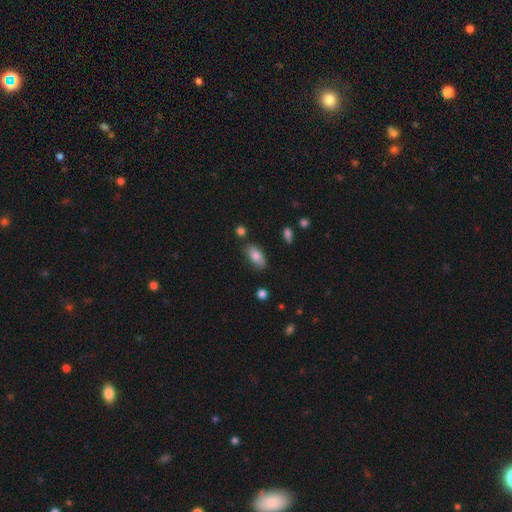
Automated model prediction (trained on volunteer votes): Smooth or featured?
  - smooth: 82% *
  - featured or disk: 10%
  - star or artifact: 7%
How rounded?
  - in between: 88% *
  - cigar-shaped: 8%
  - round: 3%
Merging?
  - none: 73% *
  - minor disturbance: 19%
  - major disturbance: 4%
  - merger: 4%